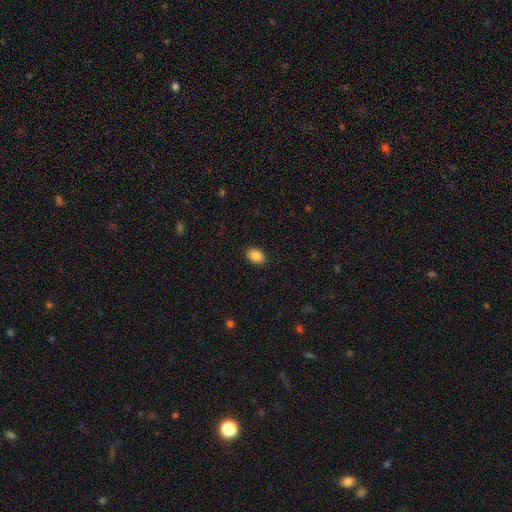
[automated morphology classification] A smooth galaxy with no disk features (88%) that is in between round and cigar-shaped (78%).

Vote fractions:
- Smooth or featured? smooth: 88% / star or artifact: 8% / featured or disk: 4%
- How rounded? in between: 78% / round: 21% / cigar-shaped: 1%
- Merging? none: 89% / minor disturbance: 8% / major disturbance: 2% / merger: 1%